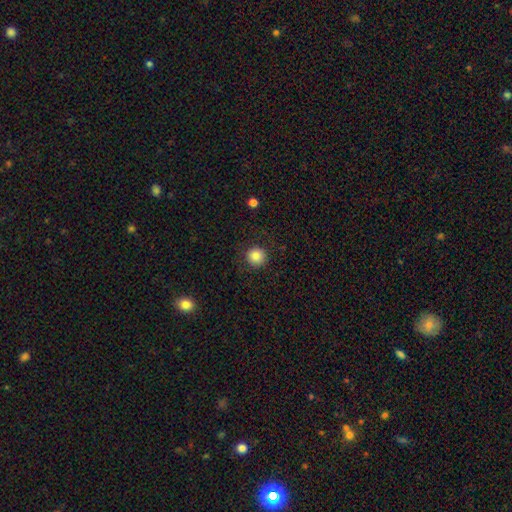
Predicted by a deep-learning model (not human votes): Overall: smooth (85%). How rounded: round (94%). Merging: none (88%).